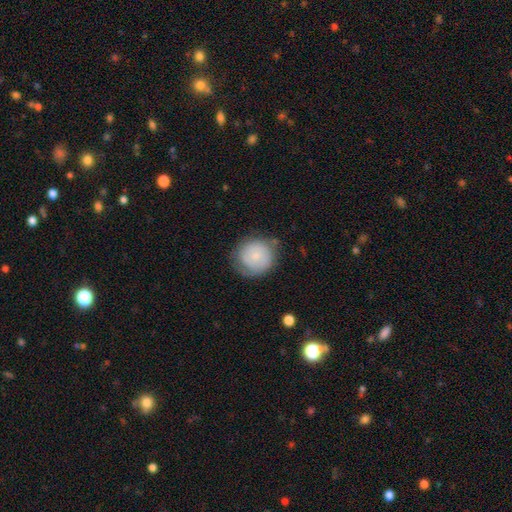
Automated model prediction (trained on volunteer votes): Smooth or featured? Predicted: smooth (p=0.62). How rounded? Predicted: round (p=0.88). Merging? Predicted: none (p=0.63).